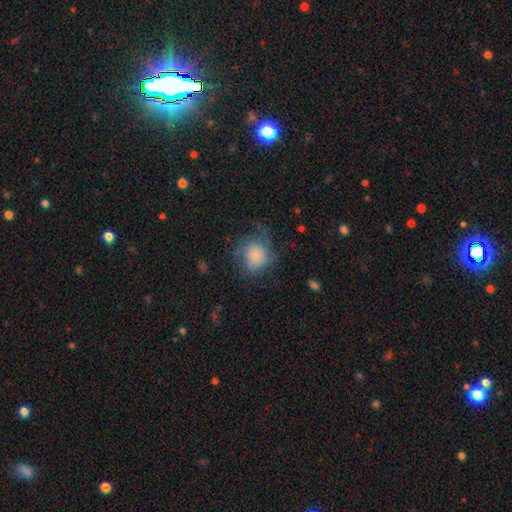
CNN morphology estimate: The model was most divided on "merging": none: 57%, minor disturbance: 24%, major disturbance: 18%, merger: 2%. More confident: how rounded — round (82%); smooth or featured — smooth (75%).